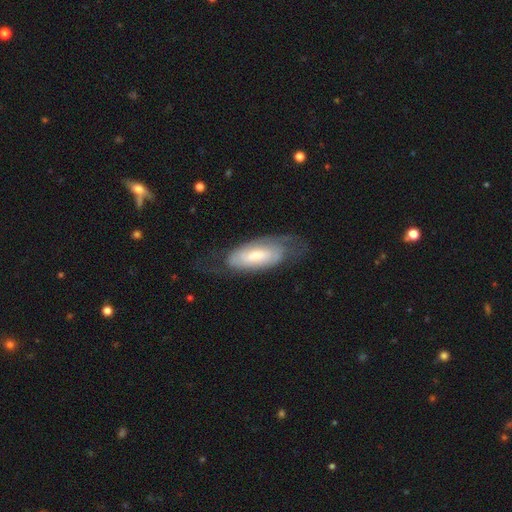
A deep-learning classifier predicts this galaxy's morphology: A featured or disk galaxy (60%) with no bar (50%), spiral arms (82%) and a moderate central bulge (46%). Merging: none (58%).